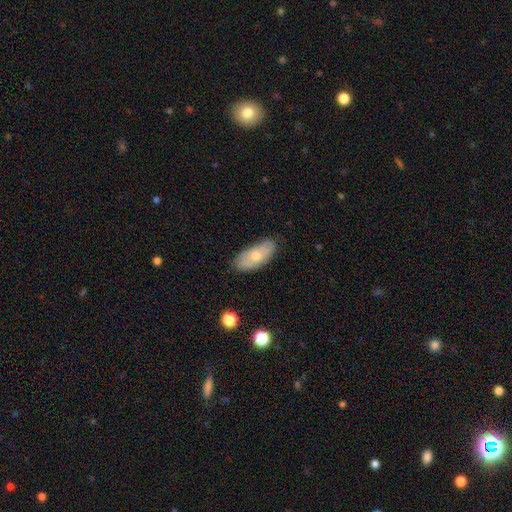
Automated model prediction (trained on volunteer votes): This appears to be a smooth galaxy with no disk features (65%) that is in between round and cigar-shaped (88%). Merging: none (77%).